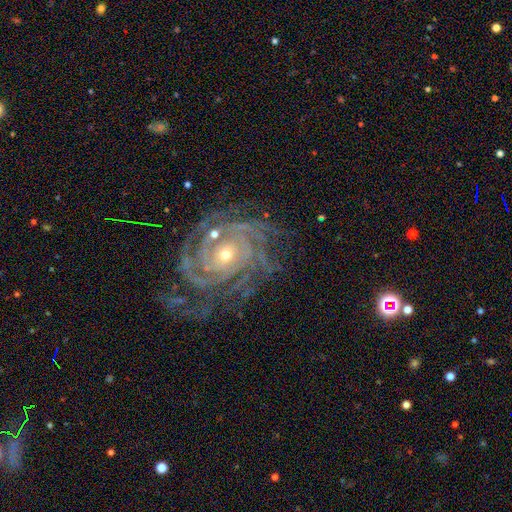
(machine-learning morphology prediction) The model was most divided on "spiral arm count": 4: 22%, can't tell: 20%, more than 4: 19%, 3: 17%, 2: 13%, 1: 9%. More confident: spiral arms — yes (98%); edge-on disk — no (97%); smooth or featured — featured or disk (90%); spiral winding — tight (80%); merging — none (73%); bar — no (66%); bulge size — small (57%).